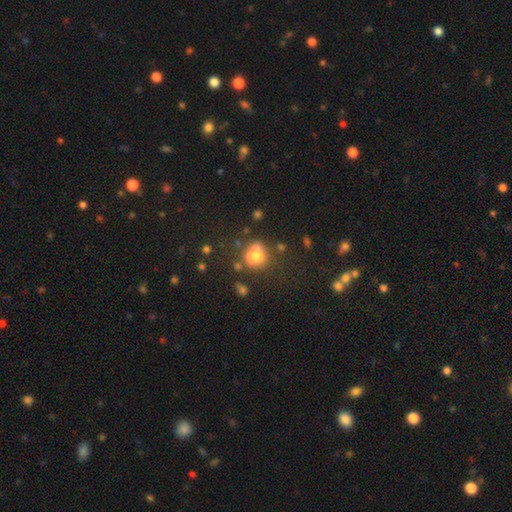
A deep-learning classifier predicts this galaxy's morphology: Q: Smooth or featured?
A: smooth (63%); runner-up: featured or disk (23%)
Q: How rounded?
A: round (78%); runner-up: in between (21%)
Q: Merging?
A: none (54%); runner-up: minor disturbance (23%)